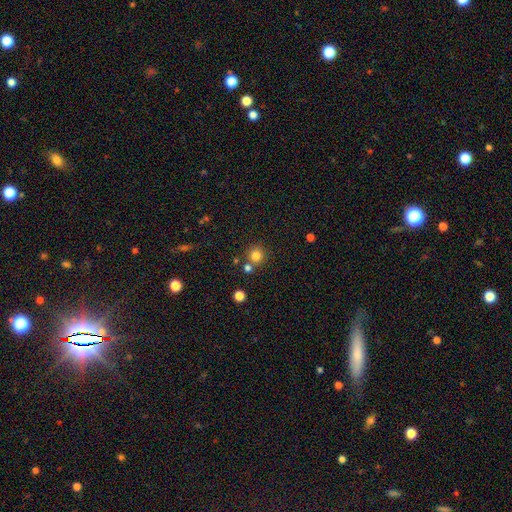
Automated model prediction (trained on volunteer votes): Overall: smooth (81%). How rounded: round (93%). Merging: none (75%).